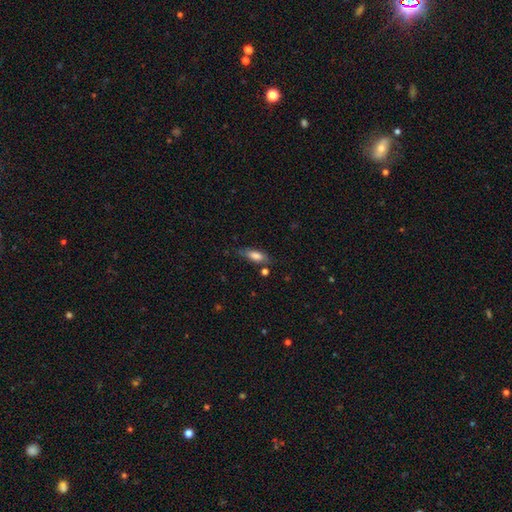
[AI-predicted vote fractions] Smooth or featured?
  - smooth: 76% *
  - featured or disk: 16%
  - star or artifact: 8%
How rounded?
  - in between: 66% *
  - cigar-shaped: 31%
  - round: 3%
Merging?
  - none: 67% *
  - minor disturbance: 23%
  - major disturbance: 6%
  - merger: 5%